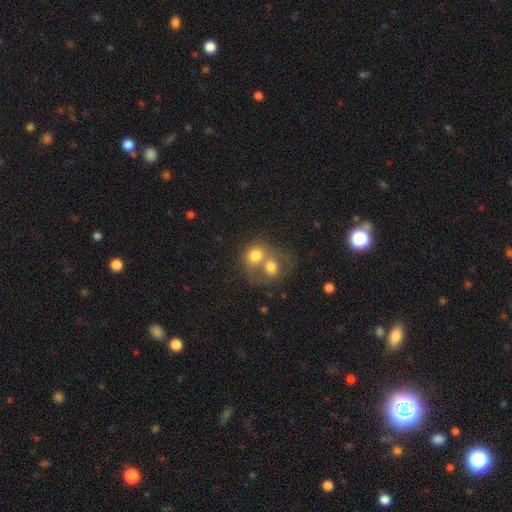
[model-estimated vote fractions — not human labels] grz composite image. It shows a smooth galaxy with no disk features (70%) that is round (66%). Merging: merger (69%).